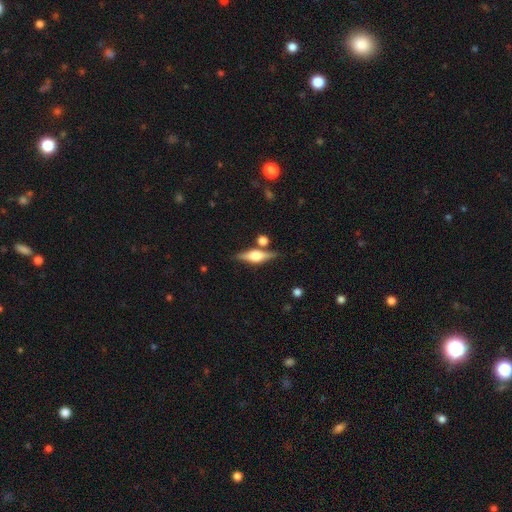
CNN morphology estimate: Smooth or featured: featured or disk — 67% (smooth — 26%)
Edge-on disk: yes — 95% (no — 5%)
Edge-on bulge: rounded — 90% (boxy — 8%)
Merging: none — 79% (minor disturbance — 11%)